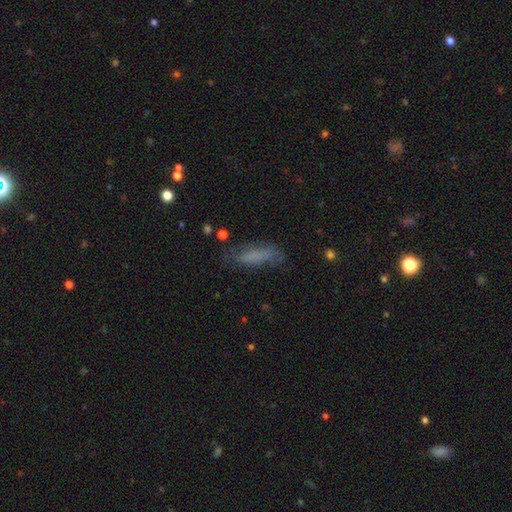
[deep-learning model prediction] Smooth or featured: smooth — 67% (featured or disk — 21%)
How rounded: cigar-shaped — 60% (in between — 38%)
Merging: none — 60% (minor disturbance — 25%)